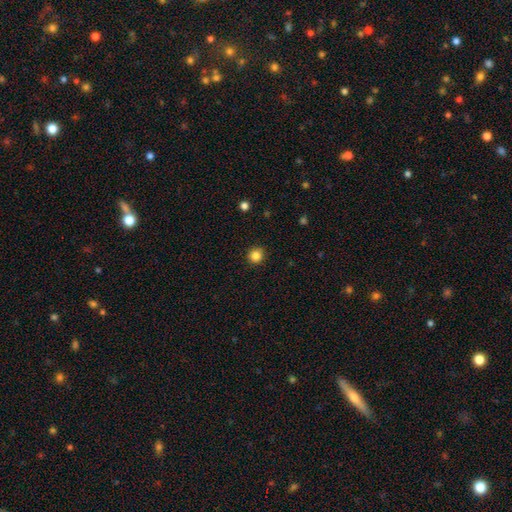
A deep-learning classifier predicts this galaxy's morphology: smooth-or-featured: smooth: 85% | star or artifact: 11% | featured or disk: 4%
  how-rounded: round: 93% | in between: 6% | cigar-shaped: 1%
  merging: none: 91% | minor disturbance: 6% | major disturbance: 2% | merger: 1%